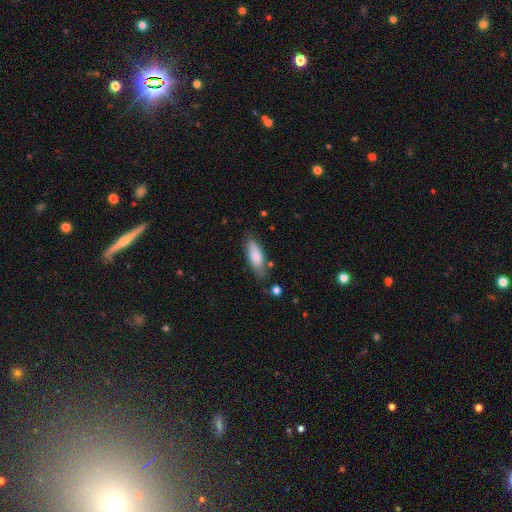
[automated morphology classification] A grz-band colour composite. It shows a smooth galaxy with no disk features (83%) that is in between round and cigar-shaped (68%). Merging: none (73%).